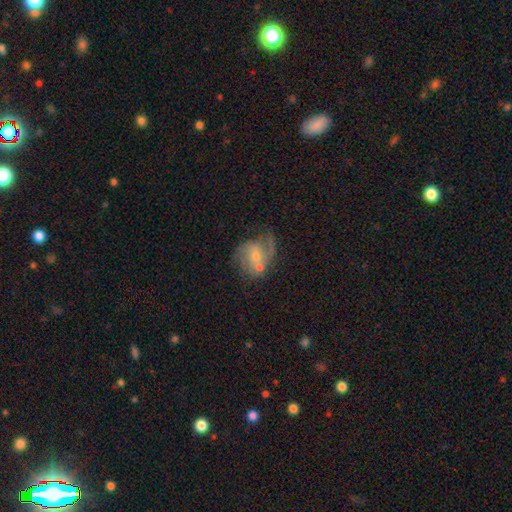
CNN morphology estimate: This appears to be a featured or disk galaxy (66%) with no bar (60%), 2 (57%) medium (44%) spiral arms (84%) and a small central bulge (49%). Merging: none (38%).